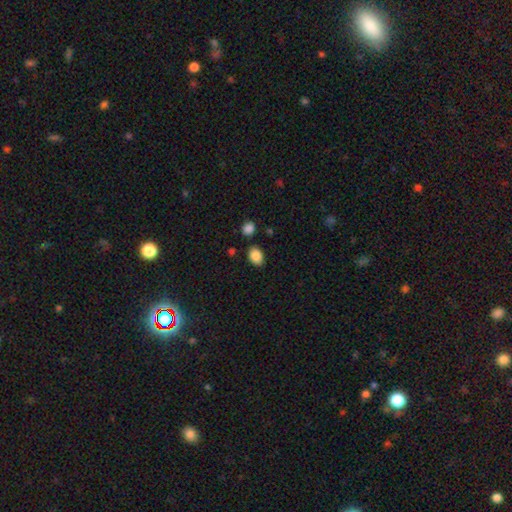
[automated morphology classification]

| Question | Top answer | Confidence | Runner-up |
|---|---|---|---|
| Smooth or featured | smooth | 87% | star or artifact (8%) |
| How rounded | in between | 76% | round (23%) |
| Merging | none | 83% | minor disturbance (10%) |